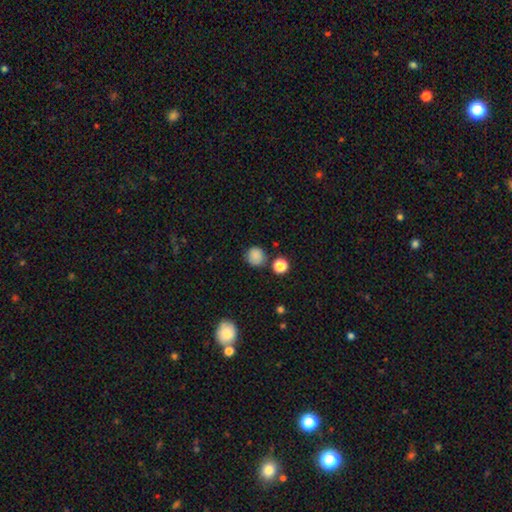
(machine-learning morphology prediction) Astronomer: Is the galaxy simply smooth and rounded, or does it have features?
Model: smooth — 83%.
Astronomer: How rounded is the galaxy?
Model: round — 91%.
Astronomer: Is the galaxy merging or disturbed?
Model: none — 79%.